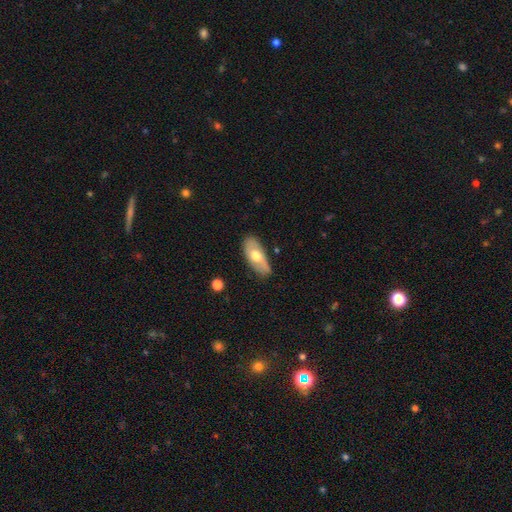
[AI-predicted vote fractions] Smooth or featured?
  - smooth: 56% *
  - featured or disk: 38%
  - star or artifact: 6%
How rounded?
  - in between: 89% *
  - cigar-shaped: 8%
  - round: 3%
Merging?
  - none: 76% *
  - minor disturbance: 18%
  - major disturbance: 3%
  - merger: 2%